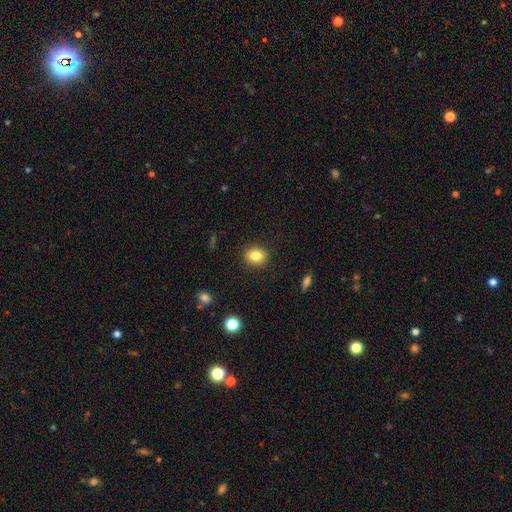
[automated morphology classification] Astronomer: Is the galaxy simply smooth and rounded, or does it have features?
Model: smooth — 83%.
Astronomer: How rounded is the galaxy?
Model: round — 58% (runner-up: in between, 41%).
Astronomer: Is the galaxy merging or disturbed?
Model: none — 90%.